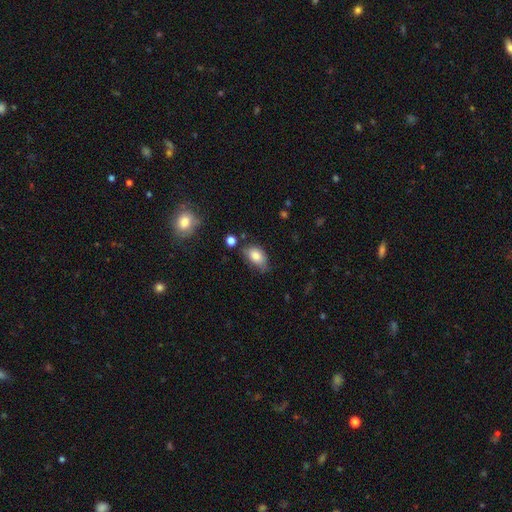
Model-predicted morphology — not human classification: Smooth or featured? smooth (81%)
How rounded? in between (88%)
Merging? none (55%)